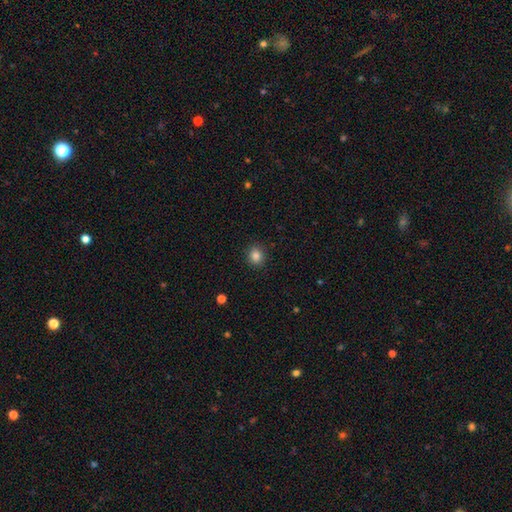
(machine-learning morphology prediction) Smooth or featured: smooth — 85% (star or artifact — 11%)
How rounded: round — 77% (in between — 22%)
Merging: none — 90% (minor disturbance — 7%)